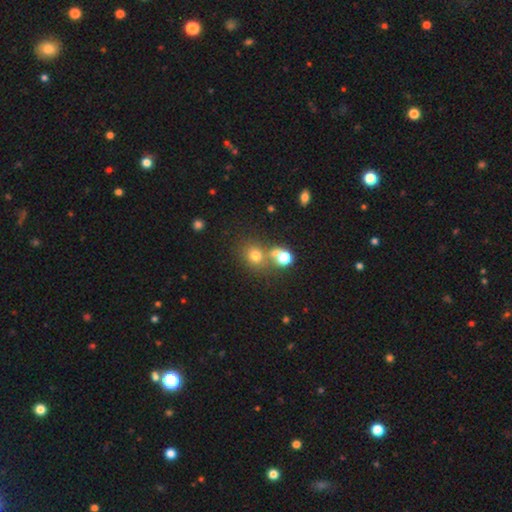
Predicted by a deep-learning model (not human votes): Smooth or featured? smooth (71%)
How rounded? round (80%)
Merging? none (59%)